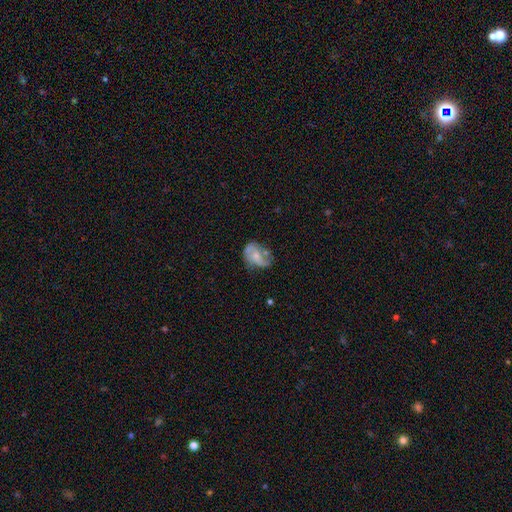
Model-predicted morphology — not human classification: Overall: featured or disk (60%; smooth 32%). Edge-on disk: no (97%). Bar: no (62%; weak 31%). Spiral arms: yes (73%). Bulge size: small (44%; moderate 37%). Merging: none (45%; minor disturbance 29%).